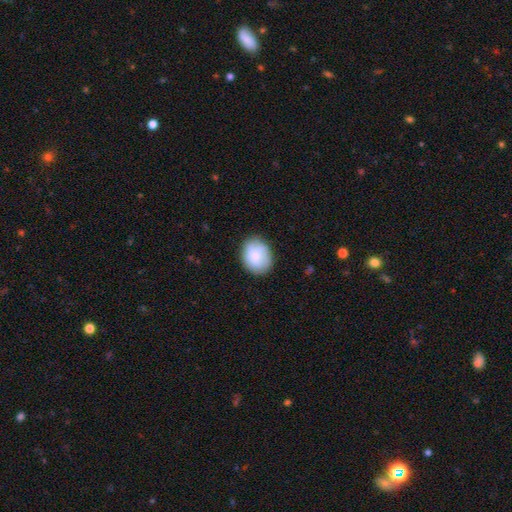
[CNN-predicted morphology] This is likely a smooth galaxy (79%). How rounded: possibly in between (52%). Merging: clearly none (81%).